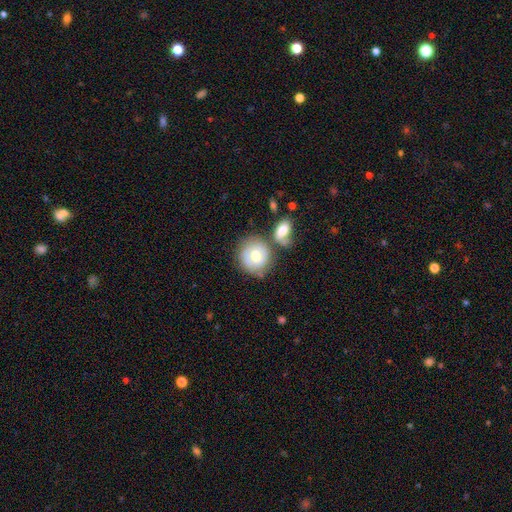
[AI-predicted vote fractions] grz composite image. It shows a smooth galaxy with no disk features (58%) that is round (86%). Merging: none (53%).